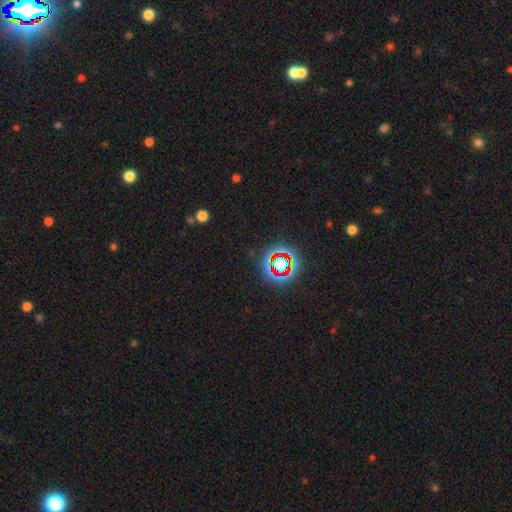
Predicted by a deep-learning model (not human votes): Overall: star or artifact (68%).